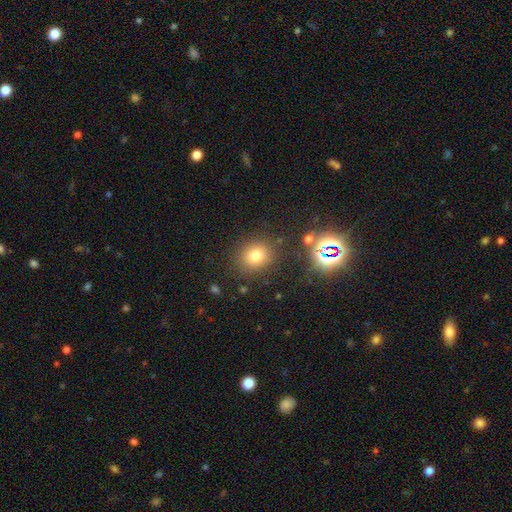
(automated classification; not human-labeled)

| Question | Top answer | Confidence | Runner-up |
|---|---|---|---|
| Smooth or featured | smooth | 75% | star or artifact (17%) |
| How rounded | round | 75% | in between (24%) |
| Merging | none | 82% | minor disturbance (10%) |